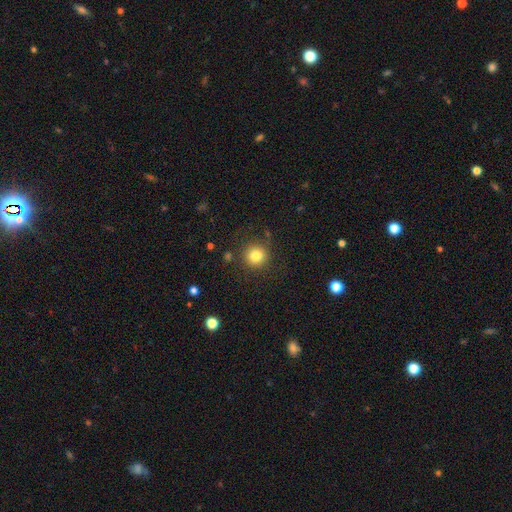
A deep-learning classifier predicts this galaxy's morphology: Smooth or featured? smooth (82%)
How rounded? round (93%)
Merging? none (87%)